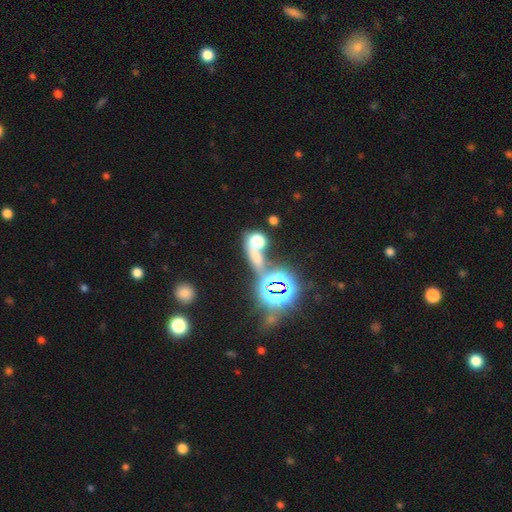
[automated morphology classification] type=star or artifact (46%).